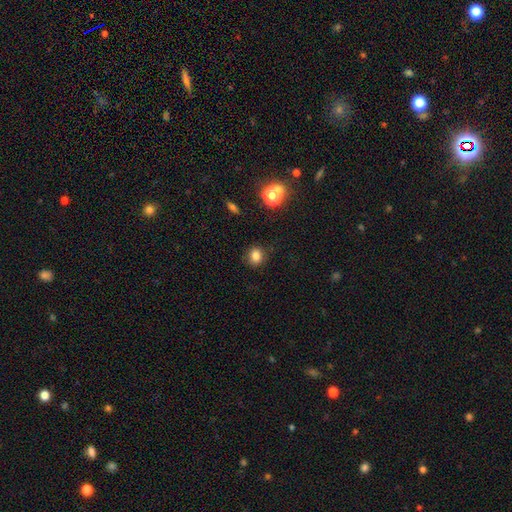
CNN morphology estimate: smooth-or-featured: smooth: 82% | star or artifact: 13% | featured or disk: 6%
  how-rounded: round: 68% | in between: 31% | cigar-shaped: 1%
  merging: none: 84% | minor disturbance: 11% | major disturbance: 3% | merger: 2%